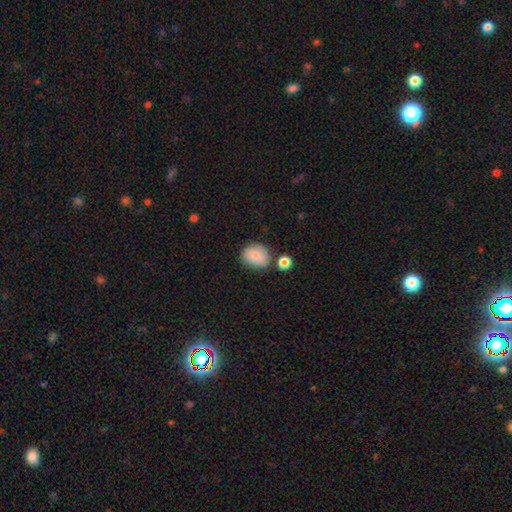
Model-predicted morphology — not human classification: type=smooth (82%); roundness=round (60%); merging=none (68%).